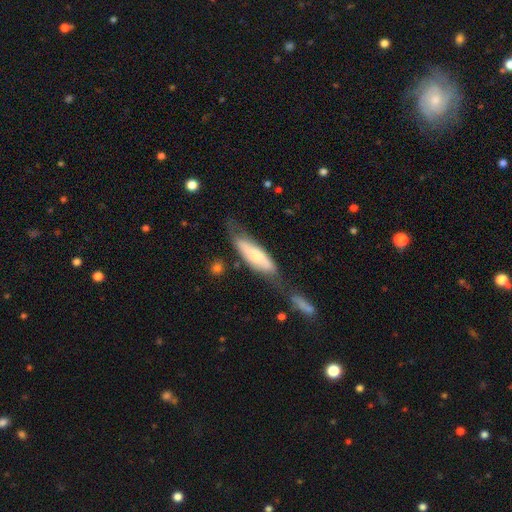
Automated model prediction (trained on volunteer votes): Smooth or featured?
  - smooth: 59% *
  - featured or disk: 35%
  - star or artifact: 6%
How rounded?
  - cigar-shaped: 59% *
  - in between: 40%
  - round: 2%
Merging?
  - none: 42% *
  - minor disturbance: 27%
  - merger: 17%
  - major disturbance: 14%